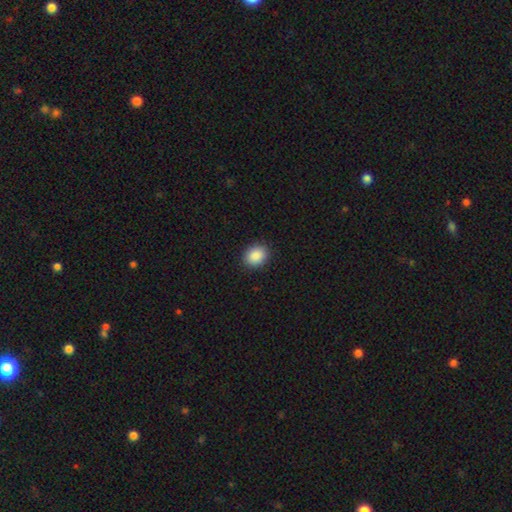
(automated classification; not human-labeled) Smooth or featured: smooth — 89% (star or artifact — 8%)
How rounded: in between — 51% (round — 49%)
Merging: none — 90% (minor disturbance — 7%)